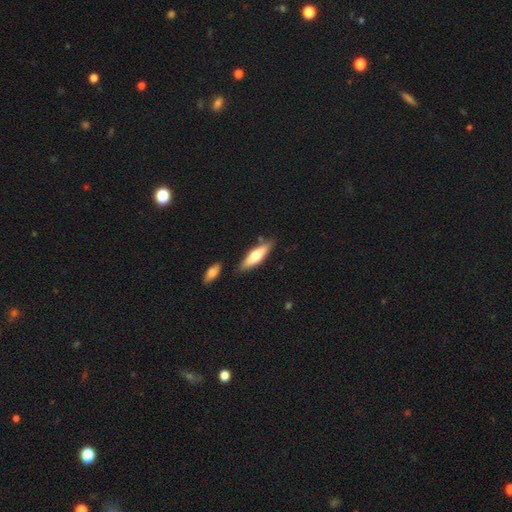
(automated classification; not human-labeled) Smooth or featured?
  - smooth: 55% *
  - featured or disk: 39%
  - star or artifact: 5%
How rounded?
  - cigar-shaped: 61% *
  - in between: 37%
  - round: 2%
Merging?
  - none: 80% *
  - minor disturbance: 12%
  - merger: 6%
  - major disturbance: 2%